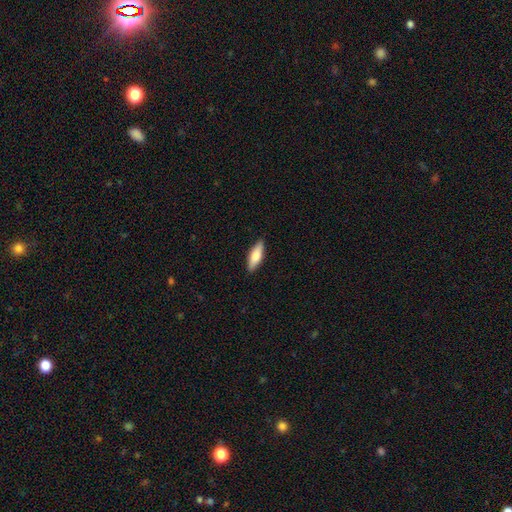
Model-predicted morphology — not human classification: Q: Smooth or featured?
A: smooth (70%); runner-up: featured or disk (25%)
Q: How rounded?
A: in between (55%); runner-up: cigar-shaped (43%)
Q: Merging?
A: none (89%); runner-up: minor disturbance (8%)